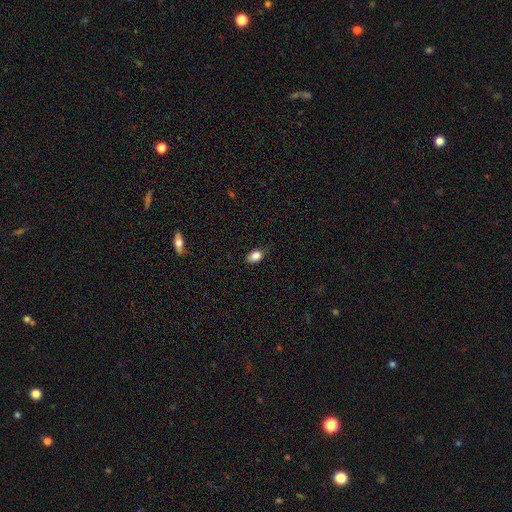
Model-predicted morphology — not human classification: Smooth or featured?
  - smooth: 85% *
  - star or artifact: 9%
  - featured or disk: 6%
How rounded?
  - in between: 85% *
  - round: 13%
  - cigar-shaped: 2%
Merging?
  - none: 78% *
  - minor disturbance: 18%
  - major disturbance: 3%
  - merger: 1%